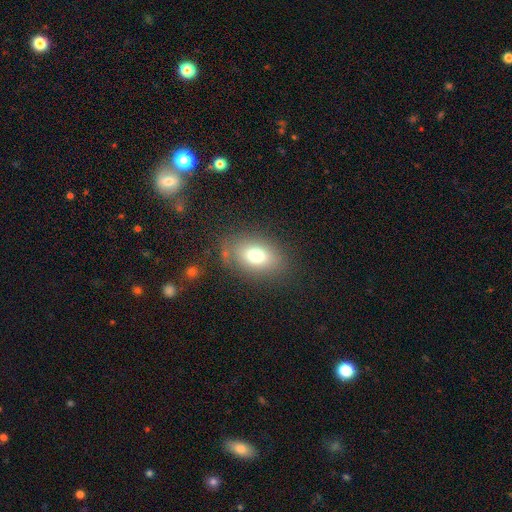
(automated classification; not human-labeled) A smooth galaxy with no disk features (73%) that is in between round and cigar-shaped (80%). Merging: none (77%).